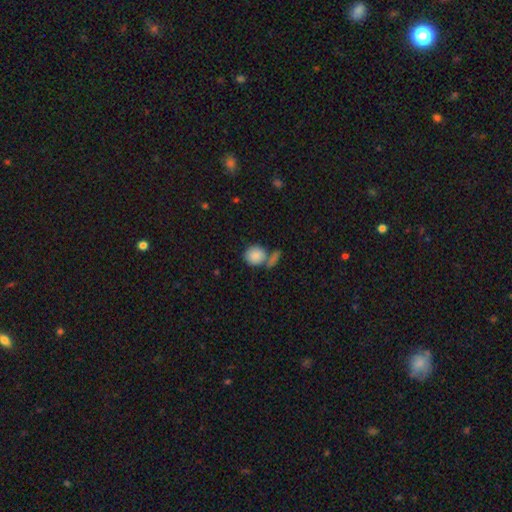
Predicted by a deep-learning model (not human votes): smooth 85%, featured or disk 7%, star or artifact 7%. Down the decision tree: how rounded — round (78%); merging — none (55%).